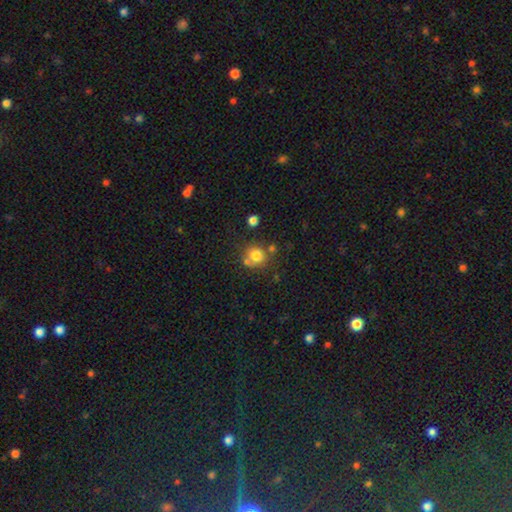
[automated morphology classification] A smooth galaxy with no disk features (77%) that is round (86%). Merging: none (63%).